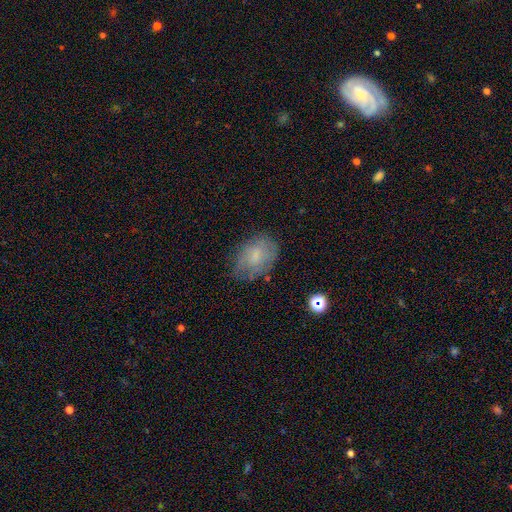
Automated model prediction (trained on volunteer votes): This appears to be a smooth galaxy with no disk features (61%) that is in between round and cigar-shaped (77%). Merging: none (66%).